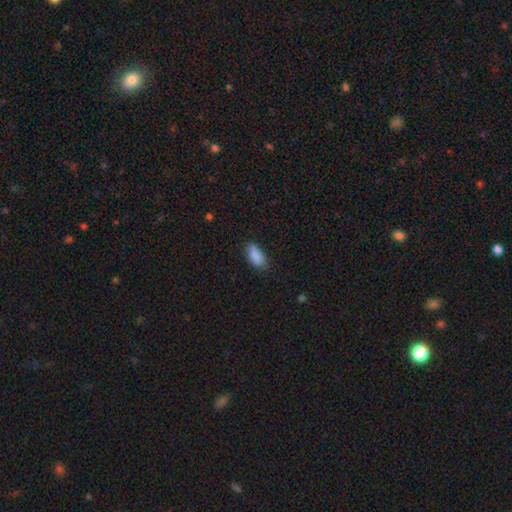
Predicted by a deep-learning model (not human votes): Smooth or featured?
  - smooth: 87% *
  - star or artifact: 8%
  - featured or disk: 5%
How rounded?
  - in between: 89% *
  - cigar-shaped: 8%
  - round: 3%
Merging?
  - none: 66% *
  - minor disturbance: 27%
  - major disturbance: 5%
  - merger: 2%